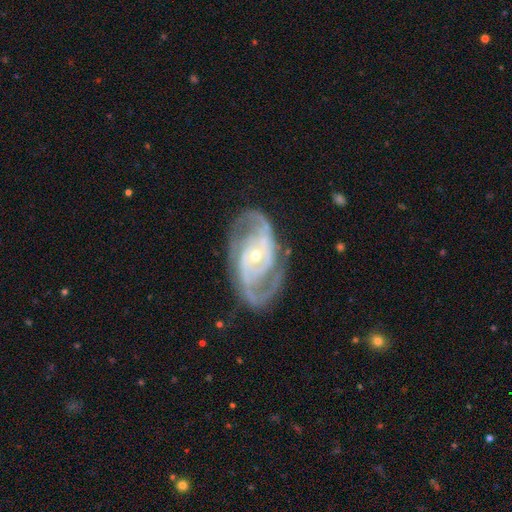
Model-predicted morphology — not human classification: The model was most divided on "spiral winding": medium: 51%, tight: 36%, loose: 13%. More confident: spiral arms — yes (97%); edge-on disk — no (96%); smooth or featured — featured or disk (91%); spiral arm count — 2 (82%); merging — none (76%); bulge size — small (63%); bar — no (58%).